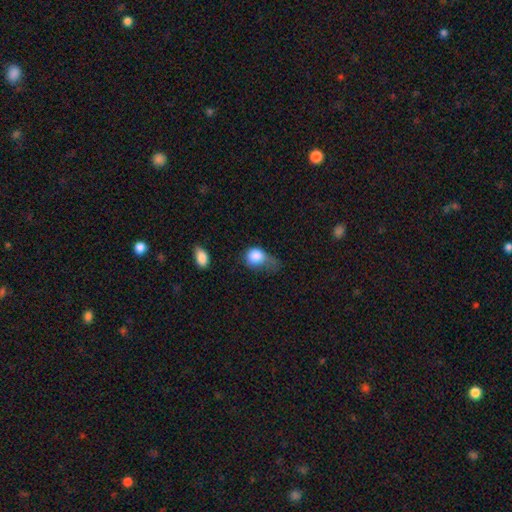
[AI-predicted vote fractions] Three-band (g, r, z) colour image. It shows a smooth galaxy with no disk features (82%) that is round (59%). Merging: major disturbance (42%).